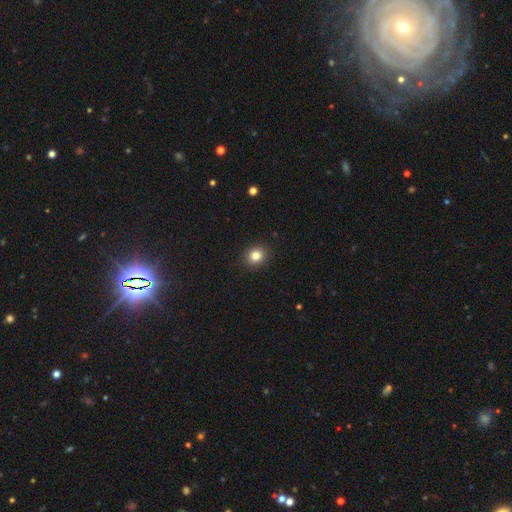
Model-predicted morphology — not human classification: Smooth or featured?
  - smooth: 82% *
  - star or artifact: 11%
  - featured or disk: 6%
How rounded?
  - round: 77% *
  - in between: 22%
  - cigar-shaped: 1%
Merging?
  - none: 91% *
  - minor disturbance: 6%
  - major disturbance: 2%
  - merger: 1%